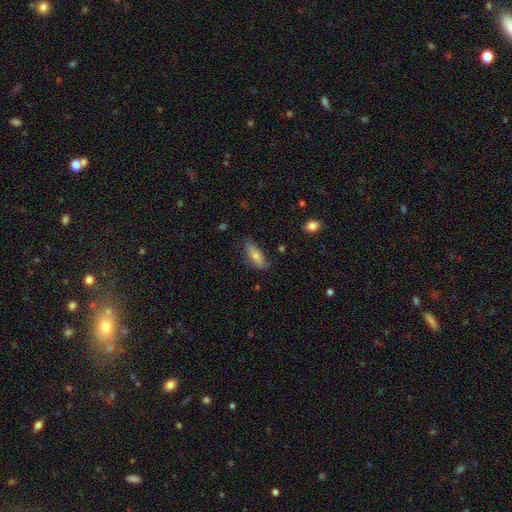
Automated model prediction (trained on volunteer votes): Morphology: type=smooth (63%); roundness=in between (65%); merging=none (74%).